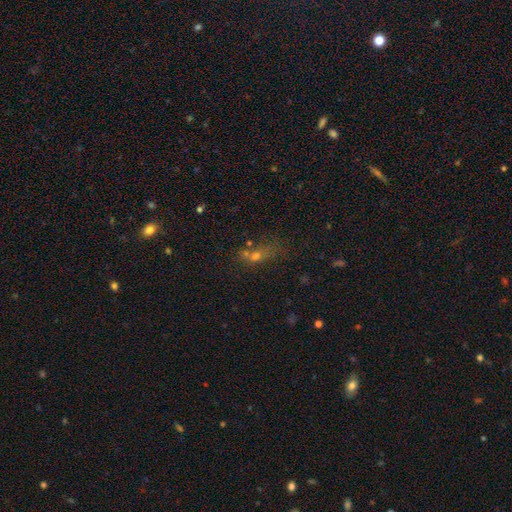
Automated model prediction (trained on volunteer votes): Morphology: type=smooth (50%); merging=none (42%).